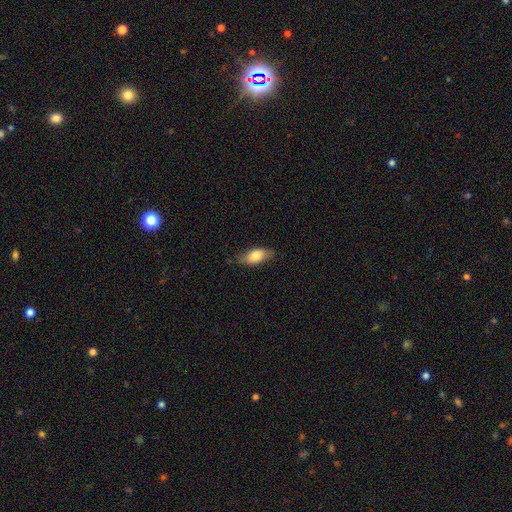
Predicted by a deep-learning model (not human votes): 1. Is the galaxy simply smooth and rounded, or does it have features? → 78% smooth, 15% featured or disk, 7% star or artifact.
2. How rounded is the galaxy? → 86% in between, 9% cigar-shaped, 4% round.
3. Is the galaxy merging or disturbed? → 73% none, 21% minor disturbance, 4% major disturbance, 1% merger.